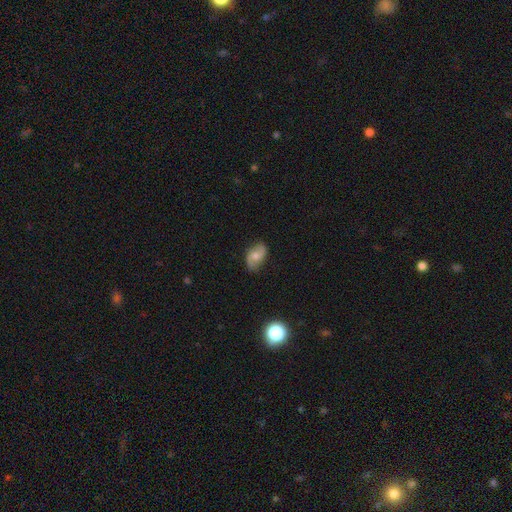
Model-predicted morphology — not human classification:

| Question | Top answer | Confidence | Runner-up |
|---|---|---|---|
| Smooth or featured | featured or disk | 53% | smooth (38%) |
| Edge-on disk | no | 96% | yes (4%) |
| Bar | no | 60% | weak (33%) |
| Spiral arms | yes | 85% | no (15%) |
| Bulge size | moderate | 57% | small (34%) |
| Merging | none | 79% | minor disturbance (16%) |